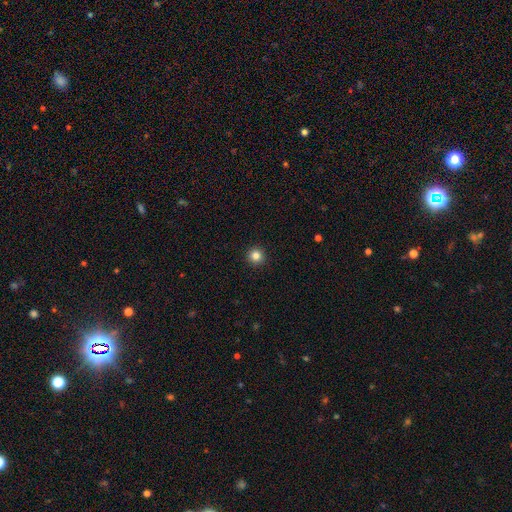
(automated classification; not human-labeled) Q: Smooth or featured?
A: smooth (83%); runner-up: star or artifact (12%)
Q: How rounded?
A: round (96%); runner-up: in between (3%)
Q: Merging?
A: none (94%); runner-up: minor disturbance (4%)